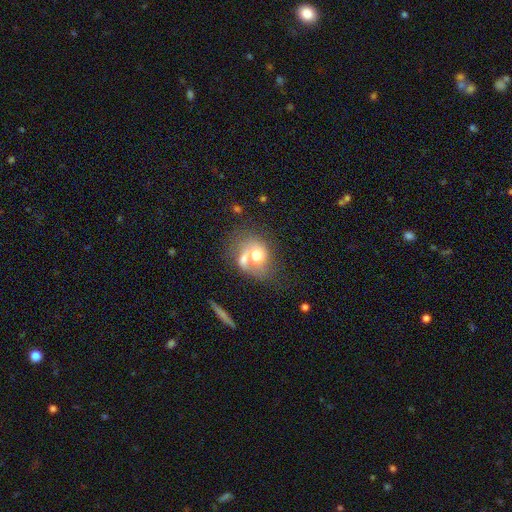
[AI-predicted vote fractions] The model was most divided on "how rounded": round: 54%, in between: 45%, cigar-shaped: 1%. More confident: smooth or featured — smooth (58%); merging — merger (56%).